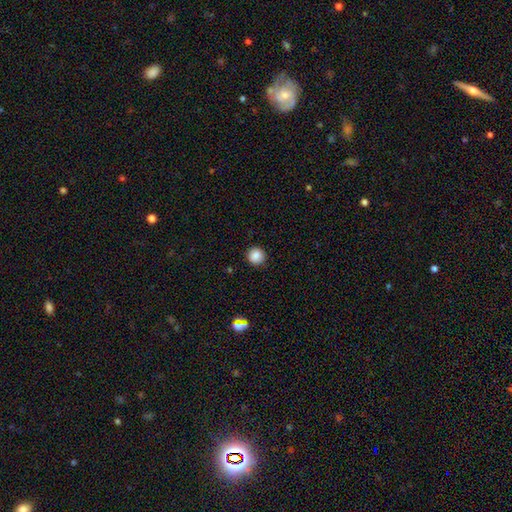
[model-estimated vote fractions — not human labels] smooth 86%, star or artifact 10%, featured or disk 4%. Down the decision tree: how rounded — round (95%); merging — none (92%).